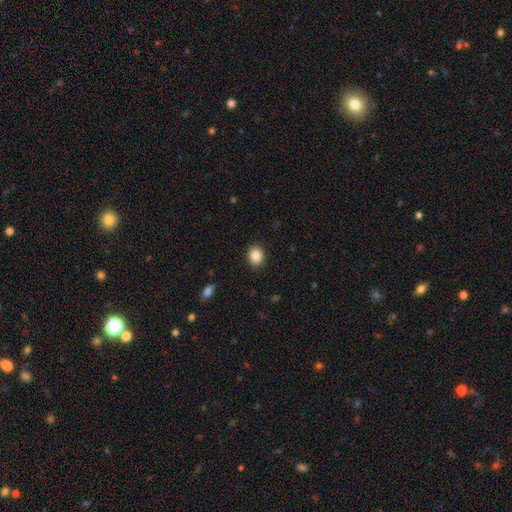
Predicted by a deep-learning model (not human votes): Smooth or featured? smooth (85%)
How rounded? round (63%)
Merging? none (90%)